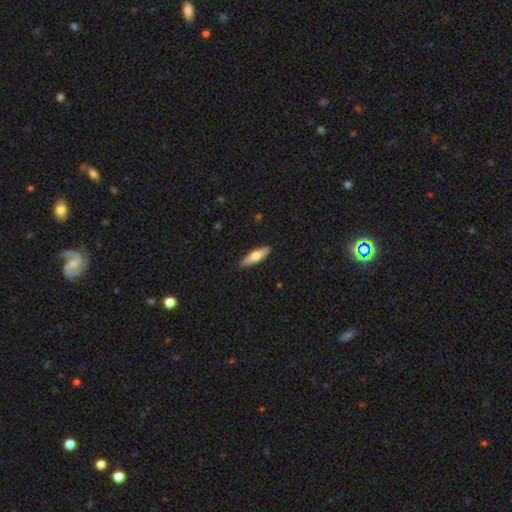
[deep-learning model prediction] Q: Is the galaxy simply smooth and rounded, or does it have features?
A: smooth — 52%.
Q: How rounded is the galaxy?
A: cigar-shaped — 67%.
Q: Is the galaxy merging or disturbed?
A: none — 90%.